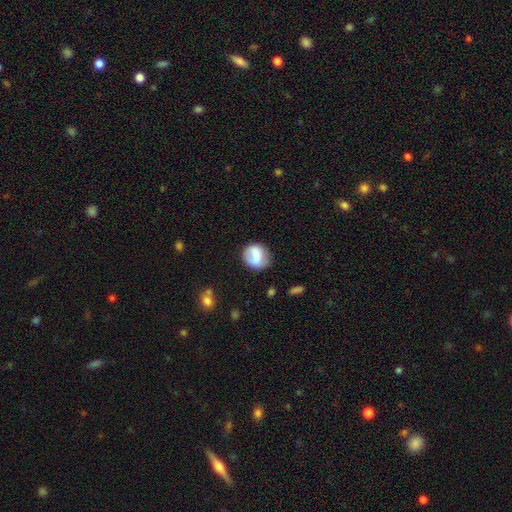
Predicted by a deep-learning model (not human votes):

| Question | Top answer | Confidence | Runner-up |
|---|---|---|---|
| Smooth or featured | smooth | 62% | featured or disk (30%) |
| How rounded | round | 62% | in between (34%) |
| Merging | none | 74% | minor disturbance (16%) |